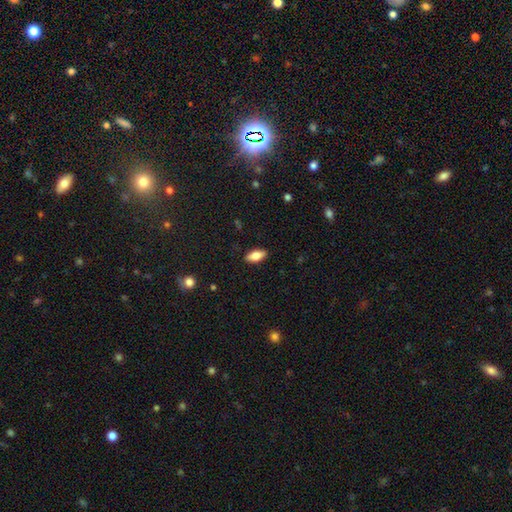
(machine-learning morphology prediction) A smooth galaxy with no disk features (76%) that is in between round and cigar-shaped (86%). Merging: none (89%).